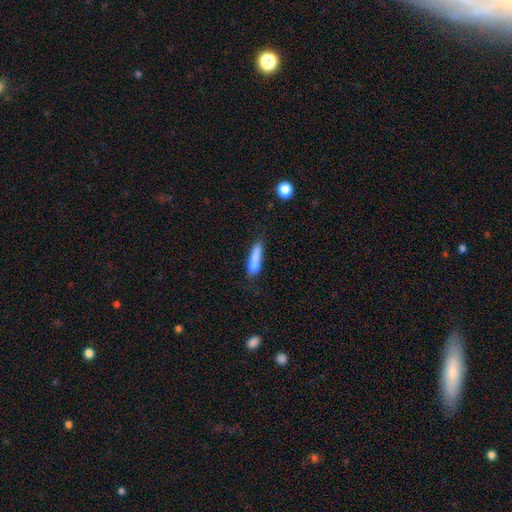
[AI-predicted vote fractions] Smooth or featured?
  - smooth: 77% *
  - featured or disk: 15%
  - star or artifact: 8%
How rounded?
  - cigar-shaped: 77% *
  - in between: 21%
  - round: 2%
Merging?
  - none: 54% *
  - minor disturbance: 26%
  - merger: 10%
  - major disturbance: 10%